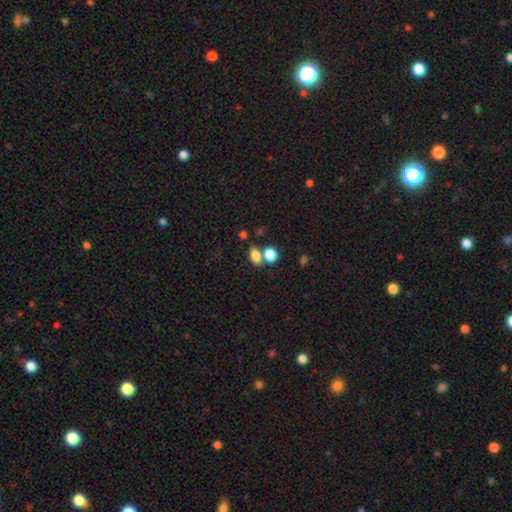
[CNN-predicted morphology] smooth-or-featured: smooth: 80% | star or artifact: 12% | featured or disk: 8%
  how-rounded: in between: 74% | round: 23% | cigar-shaped: 3%
  merging: none: 51% | merger: 34% | minor disturbance: 11% | major disturbance: 5%